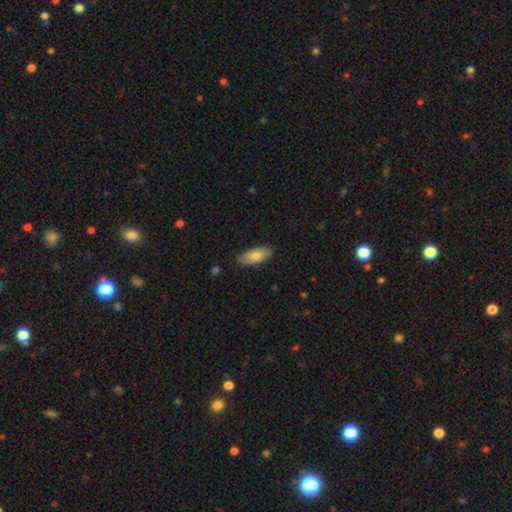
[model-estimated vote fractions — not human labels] smooth_or_featured: smooth (p=0.79) [alt: featured or disk p=0.15]
how_rounded: in between (p=0.82) [alt: cigar-shaped p=0.15]
merging: none (p=0.85) [alt: minor disturbance p=0.12]